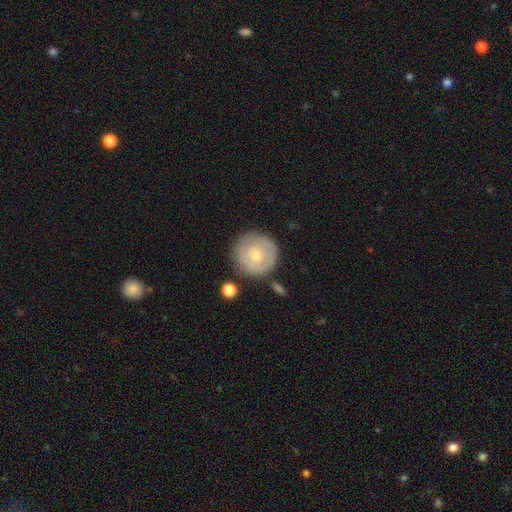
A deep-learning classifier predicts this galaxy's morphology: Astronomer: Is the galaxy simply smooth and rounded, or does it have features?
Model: smooth — 55% (runner-up: featured or disk, 39%).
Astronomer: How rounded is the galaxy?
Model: round — 95%.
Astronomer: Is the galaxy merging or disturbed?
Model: none — 77%.